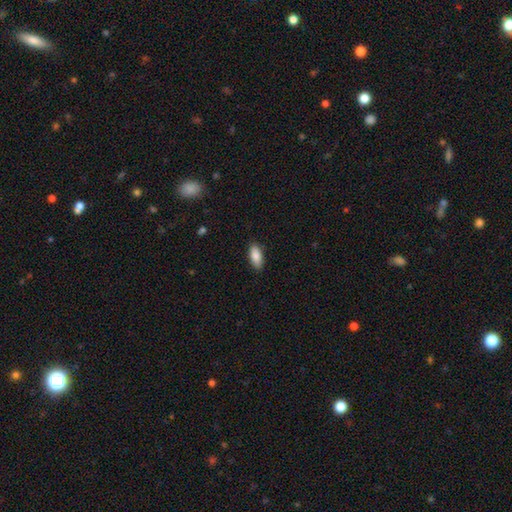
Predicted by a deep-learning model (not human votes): Smooth or featured: smooth — 86% (featured or disk — 7%)
How rounded: in between — 86% (cigar-shaped — 12%)
Merging: none — 87% (minor disturbance — 10%)